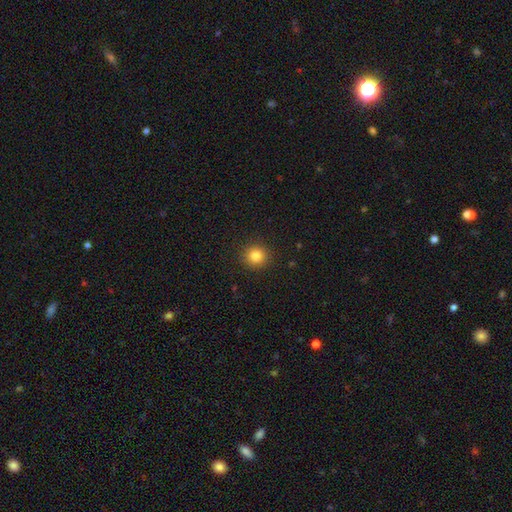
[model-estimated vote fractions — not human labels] smooth_or_featured: smooth (p=0.84) [alt: star or artifact p=0.11]
how_rounded: round (p=0.92) [alt: in between p=0.07]
merging: none (p=0.91) [alt: minor disturbance p=0.06]